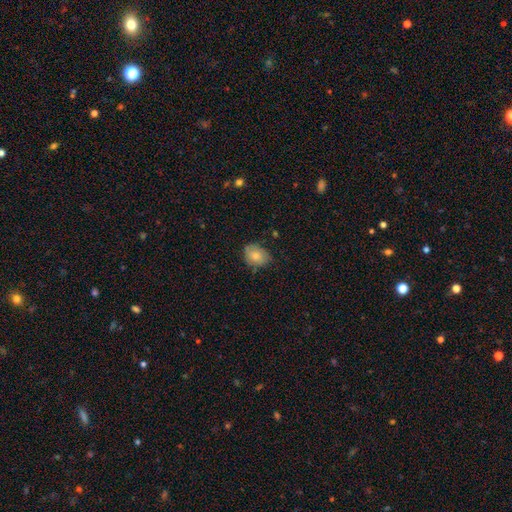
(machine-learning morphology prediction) Smooth or featured? smooth (74%)
How rounded? in between (64%)
Merging? none (66%)